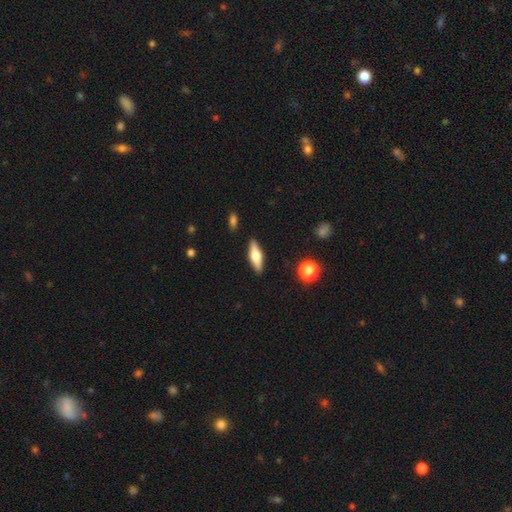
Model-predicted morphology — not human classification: smooth_or_featured: featured or disk (p=0.49) [alt: smooth p=0.45]
merging: none (p=0.88) [alt: minor disturbance p=0.08]